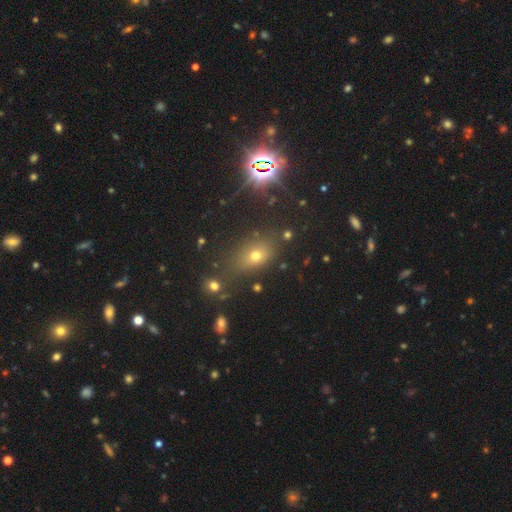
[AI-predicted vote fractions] Smooth or featured?
  - smooth: 53% *
  - star or artifact: 33%
  - featured or disk: 13%
How rounded?
  - in between: 71% *
  - round: 25%
  - cigar-shaped: 4%
Merging?
  - none: 76% *
  - minor disturbance: 13%
  - major disturbance: 6%
  - merger: 5%